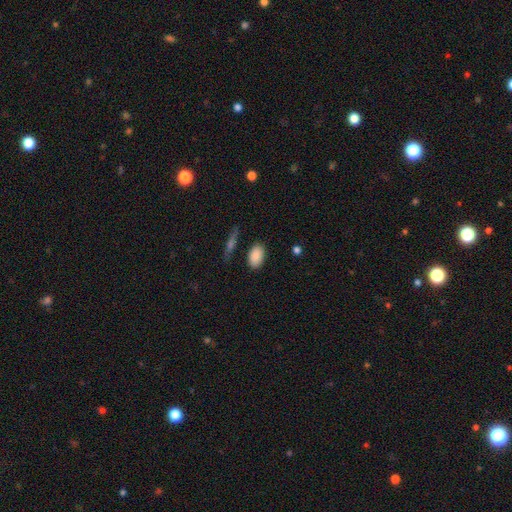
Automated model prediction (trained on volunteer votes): This is clearly a smooth galaxy (88%). How rounded: clearly in between (91%). Merging: clearly none (82%).